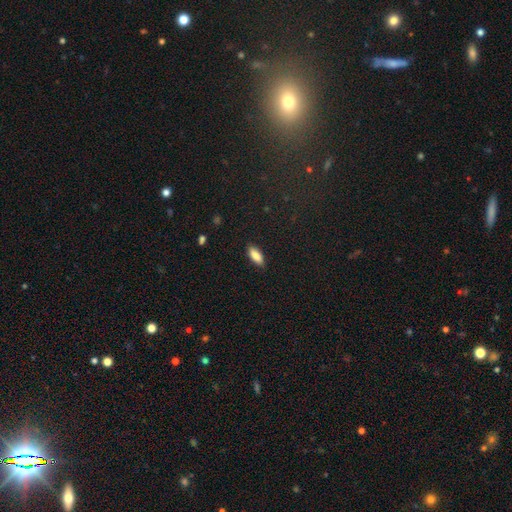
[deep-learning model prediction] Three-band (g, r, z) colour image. It shows a smooth galaxy with no disk features (87%) that is in between round and cigar-shaped (74%). Merging: none (87%).